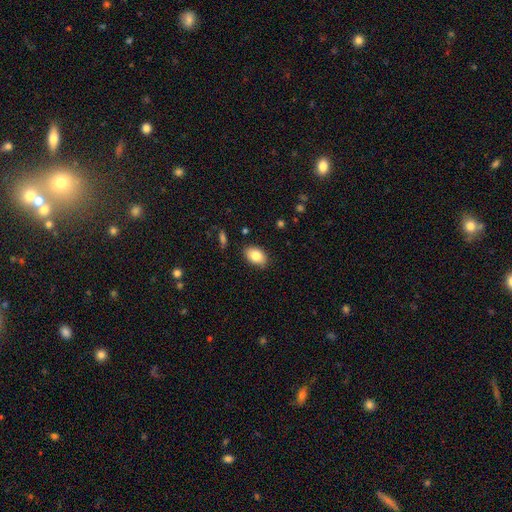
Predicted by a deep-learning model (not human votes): Smooth or featured?
  - smooth: 84% *
  - featured or disk: 9%
  - star or artifact: 7%
How rounded?
  - in between: 86% *
  - round: 13%
  - cigar-shaped: 1%
Merging?
  - none: 86% *
  - minor disturbance: 11%
  - major disturbance: 2%
  - merger: 1%